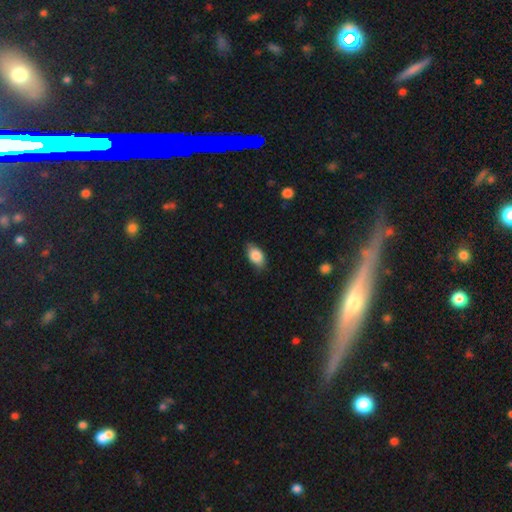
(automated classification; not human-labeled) This is clearly a smooth galaxy (85%). How rounded: clearly in between (91%). Merging: likely none (77%).